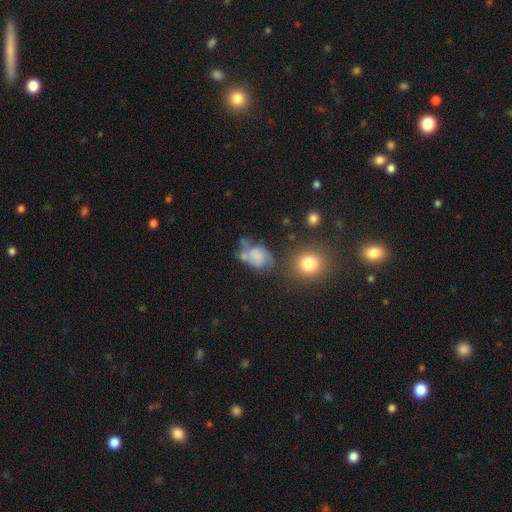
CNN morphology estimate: smooth-or-featured: smooth: 51% | featured or disk: 37% | star or artifact: 12%
  how-rounded: in between: 64% | round: 34% | cigar-shaped: 2%
  merging: none: 35% | minor disturbance: 25% | merger: 20% | major disturbance: 20%